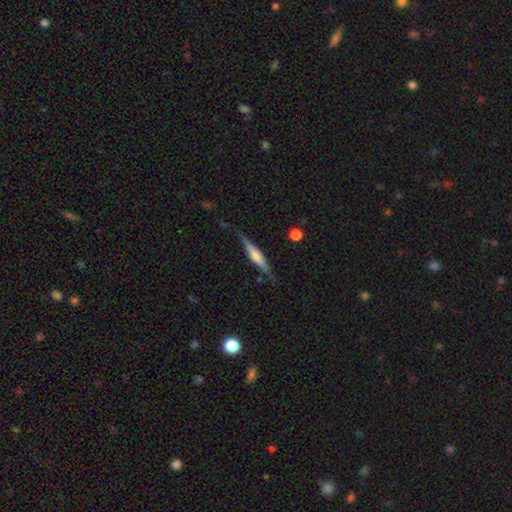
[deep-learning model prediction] Smooth or featured: featured or disk — 62% (smooth — 32%)
Edge-on disk: yes — 97% (no — 3%)
Edge-on bulge: rounded — 73% (boxy — 17%)
Merging: none — 83% (minor disturbance — 12%)